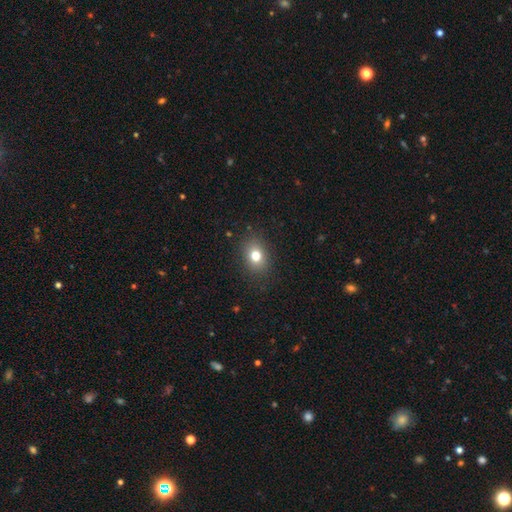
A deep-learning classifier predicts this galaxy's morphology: Smooth or featured? Predicted: smooth (p=0.76). How rounded? Predicted: in between (p=0.54). Merging? Predicted: none (p=0.86).